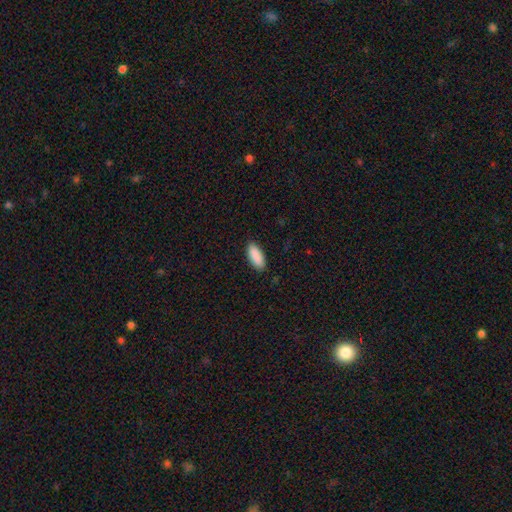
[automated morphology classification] Smooth or featured: smooth — 91% (star or artifact — 6%)
How rounded: in between — 82% (cigar-shaped — 16%)
Merging: none — 89% (minor disturbance — 9%)